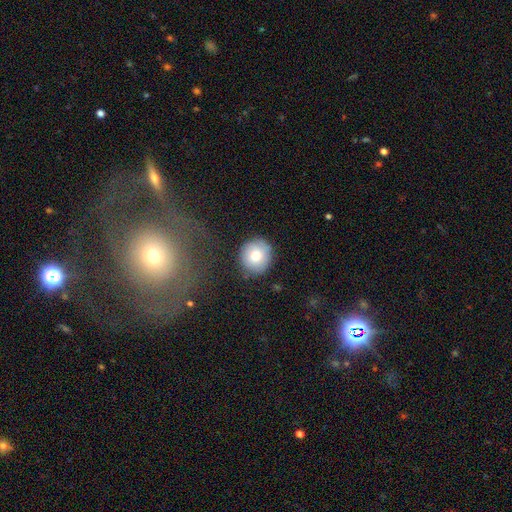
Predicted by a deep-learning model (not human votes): A smooth galaxy with no disk features (75%) that is round (90%).

Vote fractions:
- Smooth or featured? smooth: 75% / featured or disk: 16% / star or artifact: 9%
- How rounded? round: 90% / in between: 9% / cigar-shaped: 1%
- Merging? none: 83% / minor disturbance: 12% / major disturbance: 3% / merger: 2%